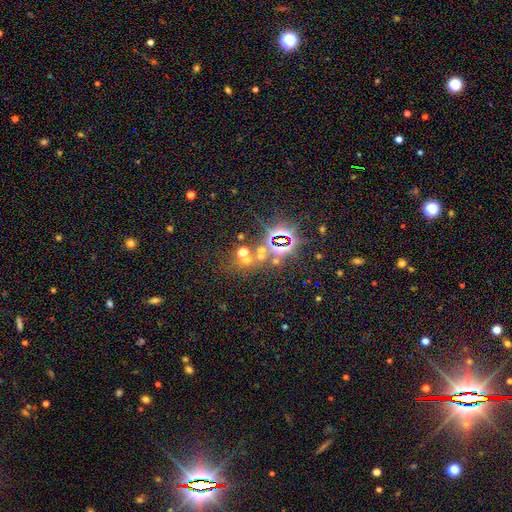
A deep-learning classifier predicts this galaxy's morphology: Q: Smooth or featured?
A: star or artifact (75%); runner-up: smooth (15%)